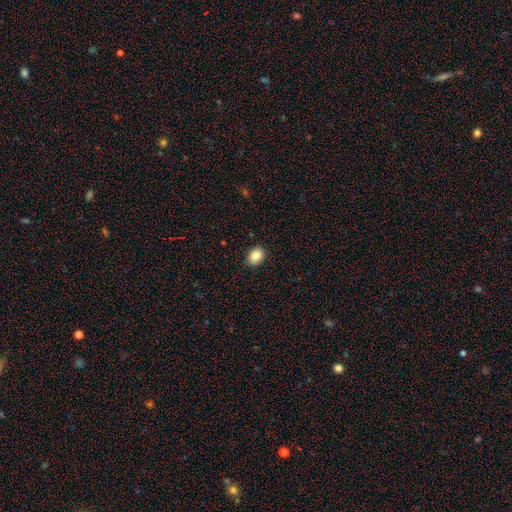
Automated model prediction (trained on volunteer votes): Morphology: type=smooth (86%); roundness=in between (66%); merging=none (88%).